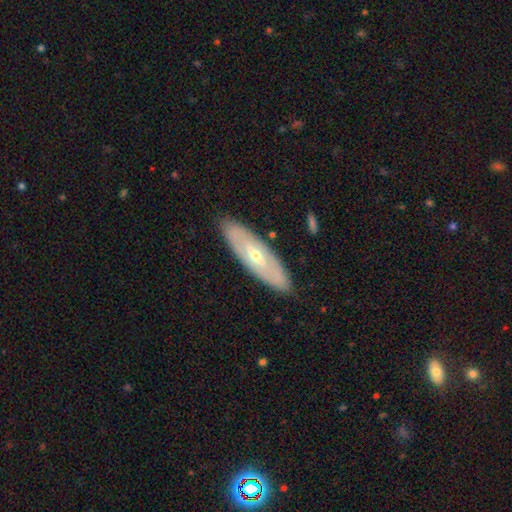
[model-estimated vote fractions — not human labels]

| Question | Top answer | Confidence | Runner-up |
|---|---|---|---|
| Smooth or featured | featured or disk | 66% | smooth (29%) |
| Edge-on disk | no | 73% | yes (27%) |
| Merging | none | 87% | minor disturbance (9%) |